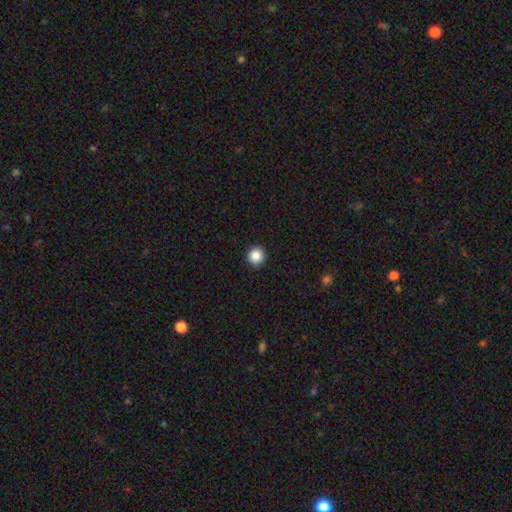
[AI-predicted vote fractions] Overall: smooth (86%). How rounded: round (95%). Merging: none (93%).